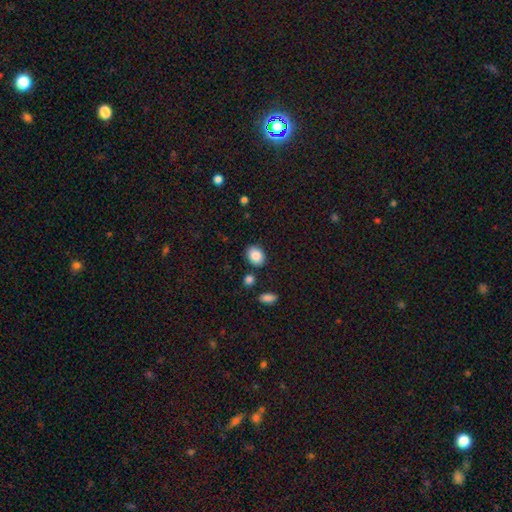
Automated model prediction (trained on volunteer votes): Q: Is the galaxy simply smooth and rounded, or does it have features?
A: smooth — 87%.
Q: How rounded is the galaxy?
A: in between — 68%.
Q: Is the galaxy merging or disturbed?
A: none — 83%.